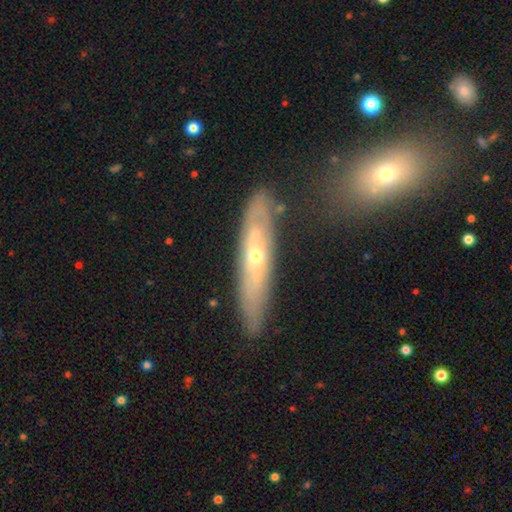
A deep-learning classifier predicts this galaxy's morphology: Overall: featured or disk (65%; smooth 27%). Edge-on disk: yes (54%; no 46%). Merging: none (78%).